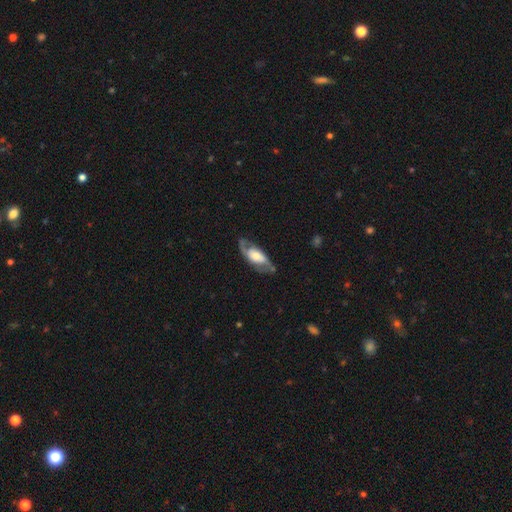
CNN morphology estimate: smooth-or-featured: featured or disk: 74% | smooth: 21% | star or artifact: 5%
  disk-edge-on: no: 88% | yes: 12%
    bar: no: 59% | weak: 28% | strong: 13%
    has-spiral-arms: yes: 84% | no: 16%
      spiral-winding: medium: 46% | loose: 27% | tight: 26%
      spiral-arm-count: 2: 83% | can't tell: 9% | 1: 5% | 3: 1% | 4: 1% | more than 4: 1%
    bulge-size: moderate: 48% | small: 23% | large: 23% | none: 3% | dominant: 3%
  merging: none: 73% | minor disturbance: 17% | major disturbance: 9% | merger: 2%